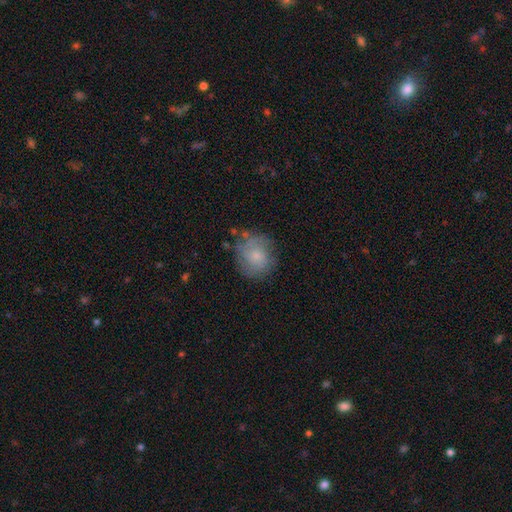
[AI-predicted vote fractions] smooth 51%, featured or disk 41%, star or artifact 8%. Down the decision tree: how rounded — round (85%); merging — none (68%).